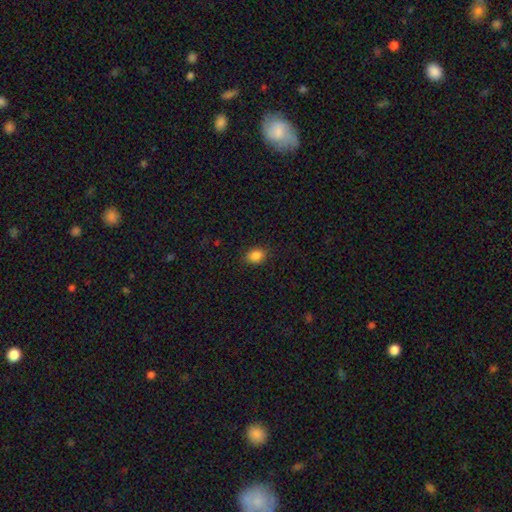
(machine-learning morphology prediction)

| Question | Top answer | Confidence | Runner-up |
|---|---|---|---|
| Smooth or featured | smooth | 86% | star or artifact (10%) |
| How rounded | in between | 65% | round (34%) |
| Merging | none | 87% | minor disturbance (9%) |